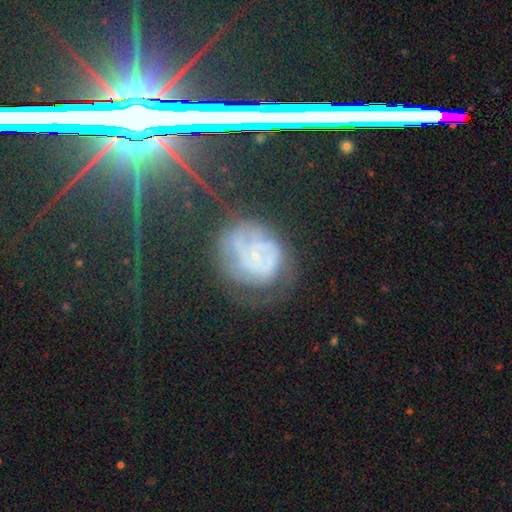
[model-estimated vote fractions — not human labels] Smooth or featured?
  - featured or disk: 62% *
  - smooth: 20%
  - star or artifact: 17%
Edge-on disk?
  - no: 96% *
  - yes: 4%
Bar?
  - no: 75% *
  - weak: 20%
  - strong: 5%
Spiral arms?
  - yes: 80% *
  - no: 20%
Bulge size?
  - small: 79% *
  - moderate: 10%
  - none: 9%
  - large: 1%
  - dominant: 1%
Merging?
  - none: 57% *
  - minor disturbance: 24%
  - major disturbance: 17%
  - merger: 2%